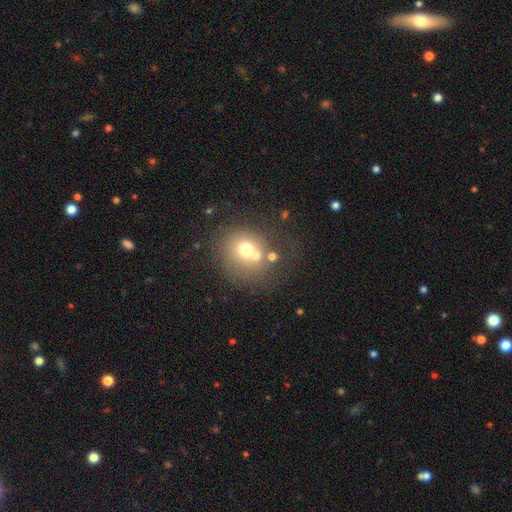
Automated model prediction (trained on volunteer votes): Smooth or featured? Predicted: smooth (p=0.64). How rounded? Predicted: round (p=0.82). Merging? Predicted: none (p=0.48).